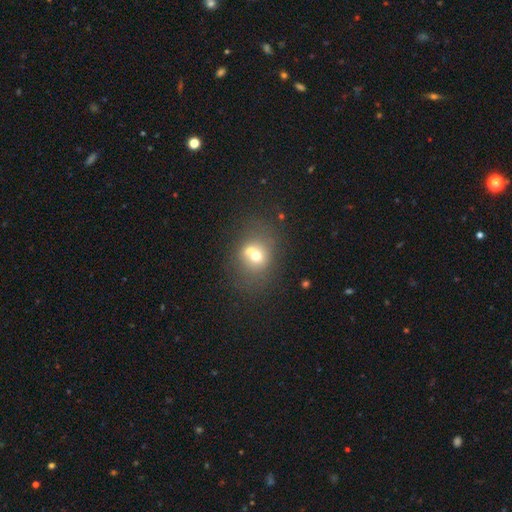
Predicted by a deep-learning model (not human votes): Morphology: type=smooth (61%); roundness=round (63%); merging=merger (51%).